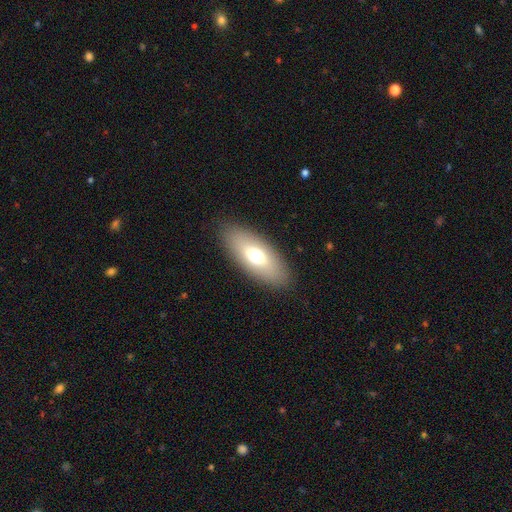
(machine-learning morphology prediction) smooth 65%, featured or disk 27%, star or artifact 8%. Down the decision tree: how rounded — in between (83%); merging — none (87%).